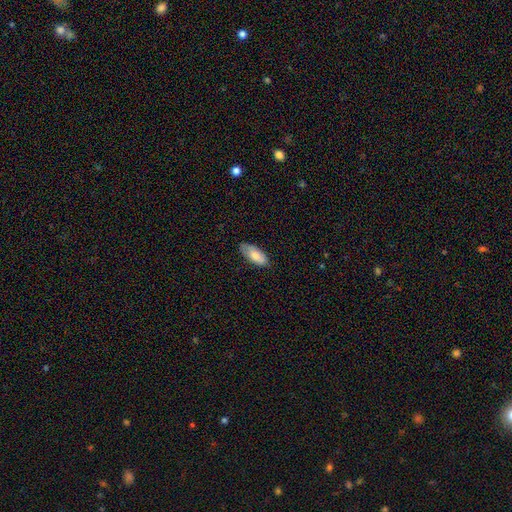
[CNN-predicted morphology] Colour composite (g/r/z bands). It shows a smooth galaxy with no disk features (79%) that is in between round and cigar-shaped (86%). Merging: none (75%).